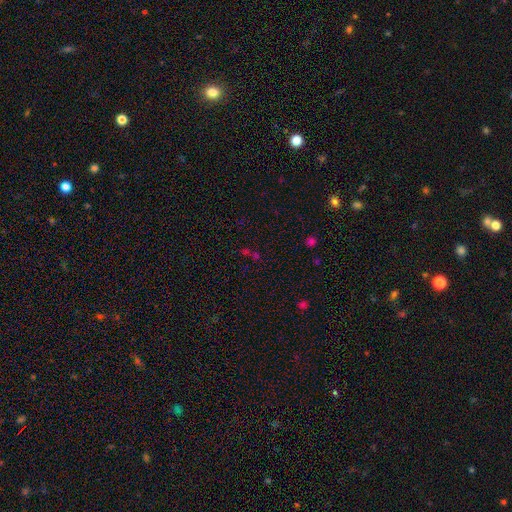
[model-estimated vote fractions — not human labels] smooth-or-featured: star or artifact: 50% | smooth: 39% | featured or disk: 11%